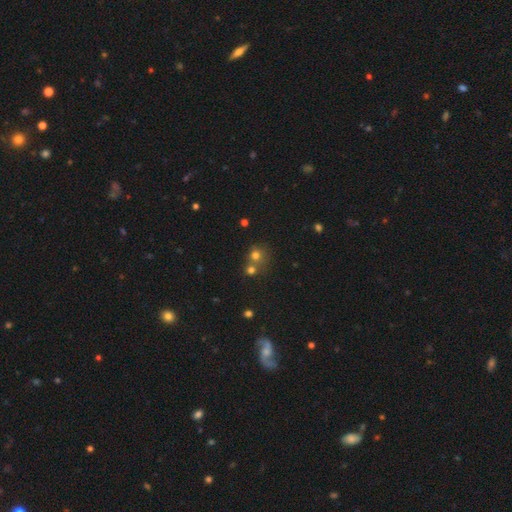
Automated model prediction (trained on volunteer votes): The model was most divided on "merging": none: 48%, merger: 41%, minor disturbance: 7%, major disturbance: 3%. More confident: how rounded — round (85%); smooth or featured — smooth (71%).